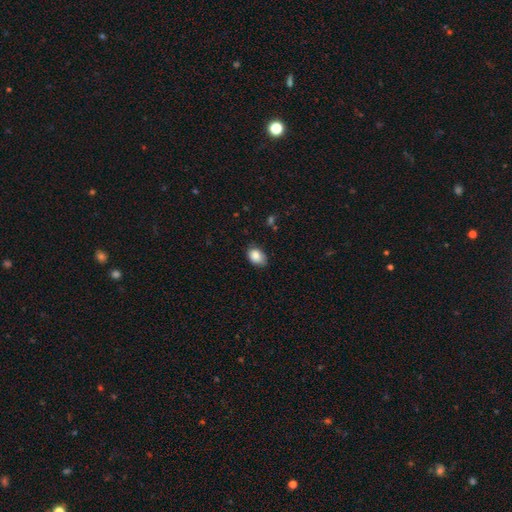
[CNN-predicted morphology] Q: Smooth or featured?
A: smooth (86%); runner-up: star or artifact (7%)
Q: How rounded?
A: in between (82%); runner-up: round (16%)
Q: Merging?
A: none (74%); runner-up: minor disturbance (21%)